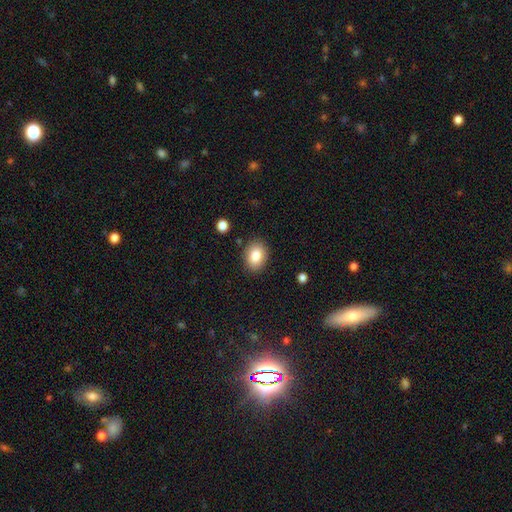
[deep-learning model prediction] This appears to be a smooth galaxy with no disk features (84%) that is in between round and cigar-shaped (66%). Merging: none (85%).